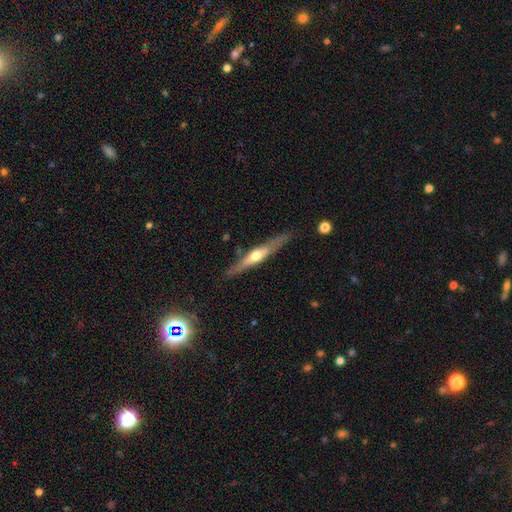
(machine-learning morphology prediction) smooth-or-featured: featured or disk: 65% | smooth: 29% | star or artifact: 5%
  disk-edge-on: yes: 93% | no: 7%
    edge-on-bulge: rounded: 89% | none: 7% | boxy: 5%
  merging: none: 84% | minor disturbance: 12% | major disturbance: 3% | merger: 2%